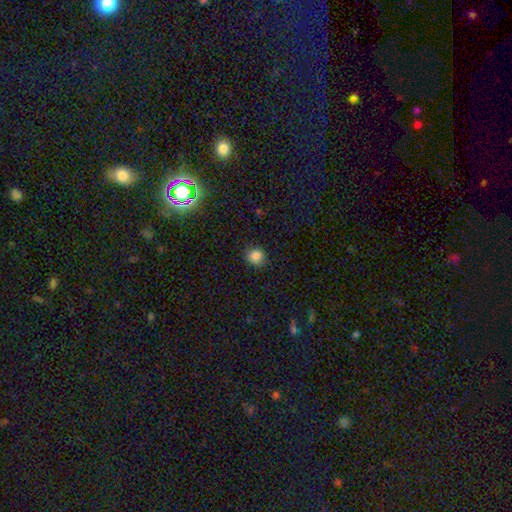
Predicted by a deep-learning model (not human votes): A smooth galaxy with no disk features (85%) that is round (80%).

Vote fractions:
- Smooth or featured? smooth: 85% / star or artifact: 11% / featured or disk: 4%
- How rounded? round: 80% / in between: 19% / cigar-shaped: 1%
- Merging? none: 85% / minor disturbance: 11% / major disturbance: 3% / merger: 1%